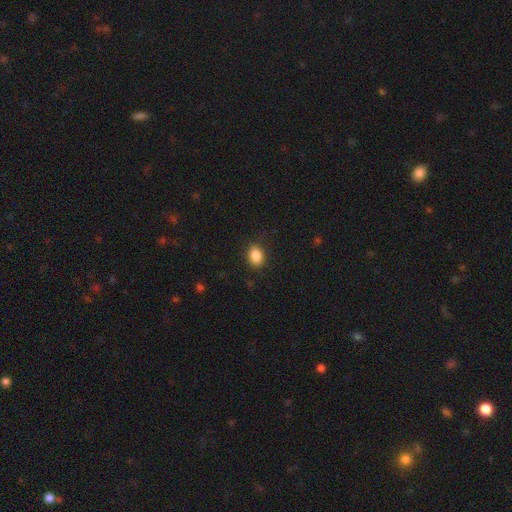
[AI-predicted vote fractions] A smooth galaxy with no disk features (87%) that is in between round and cigar-shaped (59%).

Vote fractions:
- Smooth or featured? smooth: 87% / star or artifact: 9% / featured or disk: 4%
- How rounded? in between: 59% / round: 40% / cigar-shaped: 1%
- Merging? none: 85% / minor disturbance: 11% / major disturbance: 3% / merger: 1%